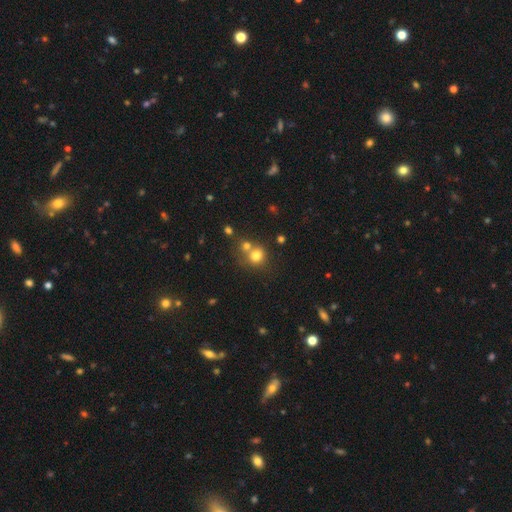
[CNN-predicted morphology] smooth_or_featured: smooth (p=0.75) [alt: star or artifact p=0.15]
how_rounded: round (p=0.82) [alt: in between p=0.17]
merging: none (p=0.50) [alt: merger p=0.37]